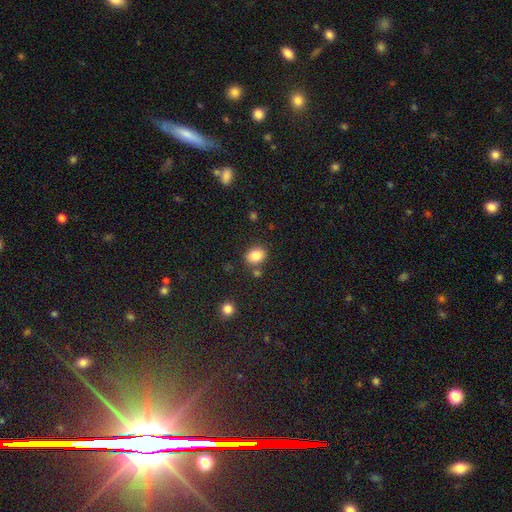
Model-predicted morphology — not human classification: The model was most divided on "how rounded": in between: 56%, round: 43%, cigar-shaped: 1%. More confident: smooth or featured — smooth (84%); merging — none (78%).